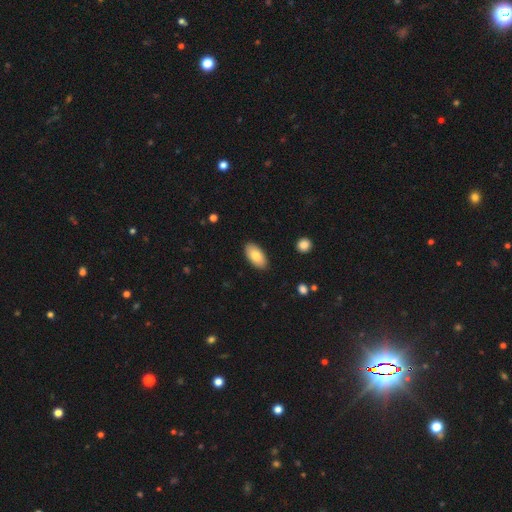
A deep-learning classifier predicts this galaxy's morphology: smooth_or_featured: smooth (p=0.81) [alt: featured or disk p=0.13]
how_rounded: in between (p=0.94) [alt: cigar-shaped p=0.03]
merging: none (p=0.88) [alt: minor disturbance p=0.09]